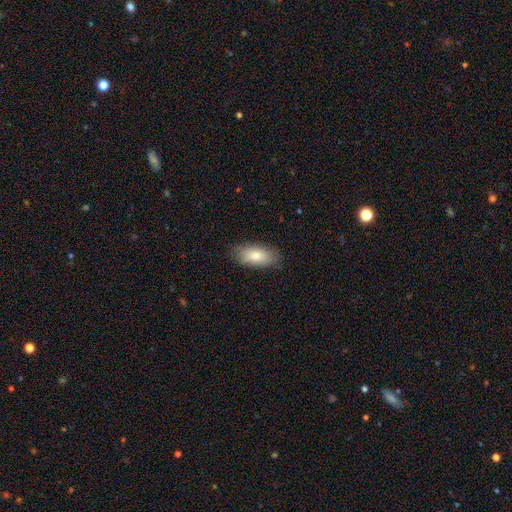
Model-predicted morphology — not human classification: Smooth or featured?
  - smooth: 82% *
  - featured or disk: 12%
  - star or artifact: 6%
How rounded?
  - in between: 90% *
  - cigar-shaped: 8%
  - round: 3%
Merging?
  - none: 84% *
  - minor disturbance: 12%
  - major disturbance: 3%
  - merger: 1%